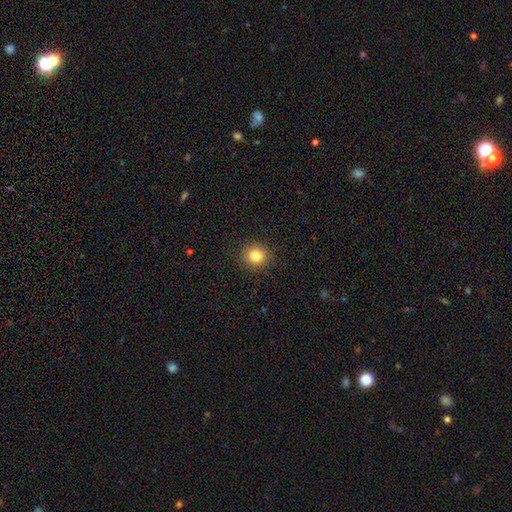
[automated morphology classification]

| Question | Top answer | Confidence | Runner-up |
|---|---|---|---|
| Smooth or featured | smooth | 81% | star or artifact (12%) |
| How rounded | round | 89% | in between (11%) |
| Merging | none | 90% | minor disturbance (7%) |